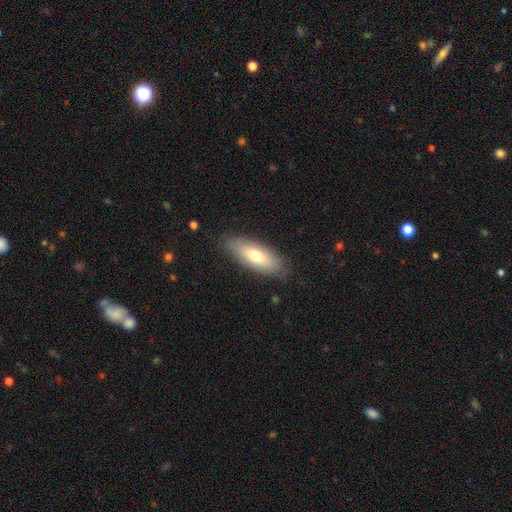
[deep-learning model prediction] Morphology: type=smooth (69%); roundness=in between (71%); merging=none (84%).